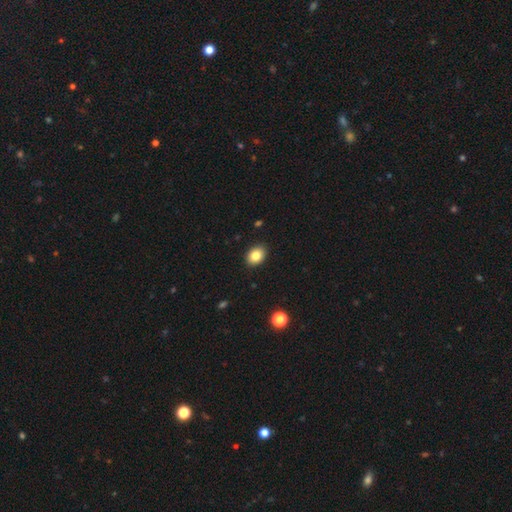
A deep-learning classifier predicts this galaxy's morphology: type=smooth (84%); roundness=in between (72%); merging=none (90%).